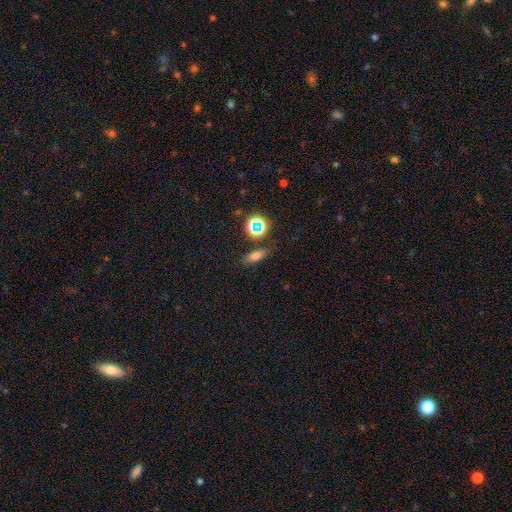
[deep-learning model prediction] A smooth galaxy with no disk features (67%) that is in between round and cigar-shaped (52%).

Vote fractions:
- Smooth or featured? smooth: 67% / star or artifact: 20% / featured or disk: 13%
- How rounded? in between: 52% / cigar-shaped: 36% / round: 11%
- Merging? none: 78% / minor disturbance: 13% / merger: 5% / major disturbance: 4%